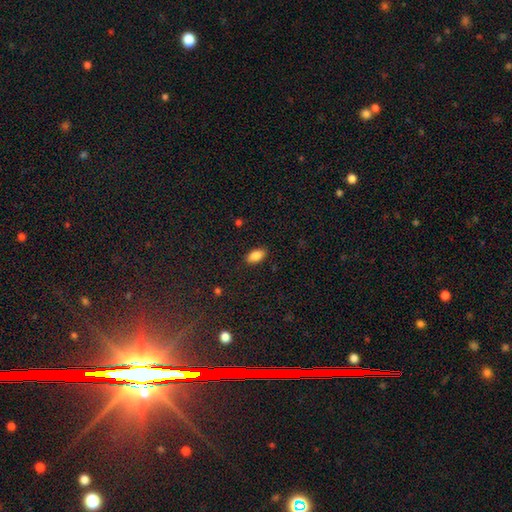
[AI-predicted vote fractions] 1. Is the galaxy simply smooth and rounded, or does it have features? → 86% smooth, 8% star or artifact, 7% featured or disk.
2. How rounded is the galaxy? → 92% in between, 5% round, 4% cigar-shaped.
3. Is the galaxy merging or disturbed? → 86% none, 10% minor disturbance, 2% major disturbance, 1% merger.